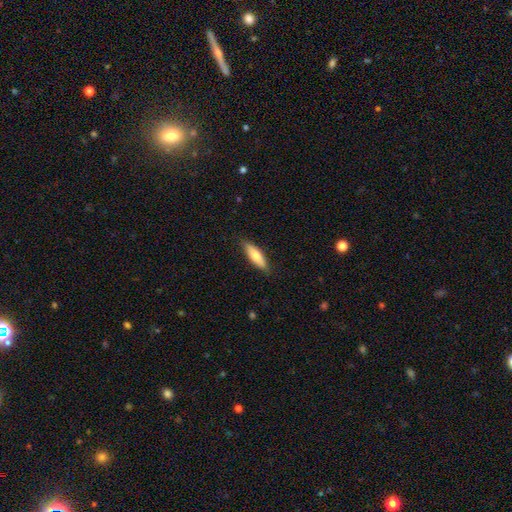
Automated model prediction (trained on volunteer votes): Smooth or featured?
  - smooth: 70% *
  - featured or disk: 24%
  - star or artifact: 6%
How rounded?
  - in between: 49% * (tied)
  - cigar-shaped: 49% * (tied)
  - round: 2%
Merging?
  - none: 83% *
  - minor disturbance: 14%
  - major disturbance: 2%
  - merger: 1%